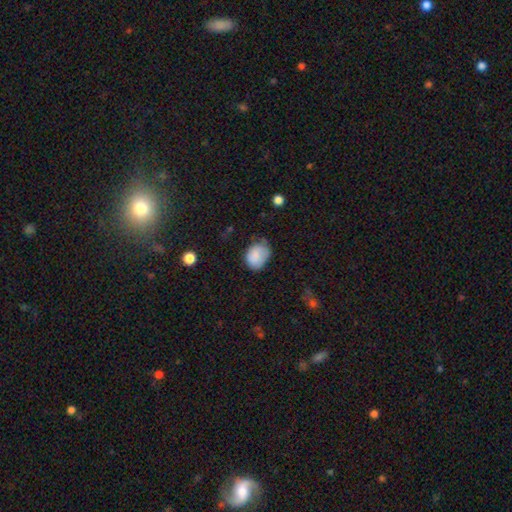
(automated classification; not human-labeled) smooth 83%, featured or disk 9%, star or artifact 8%. Down the decision tree: how rounded — in between (59%); merging — none (51%).